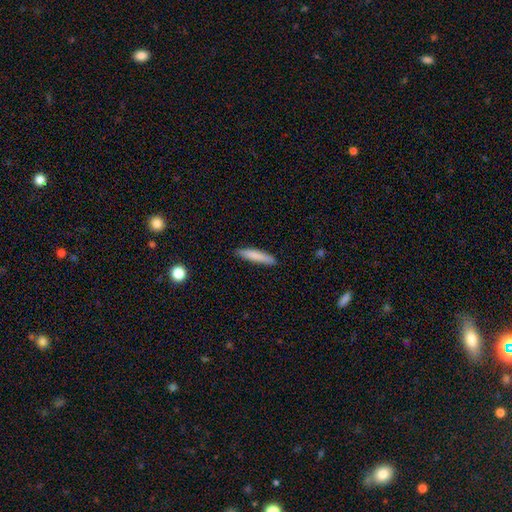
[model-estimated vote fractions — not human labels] Smooth or featured? smooth (82%)
How rounded? cigar-shaped (88%)
Merging? none (88%)